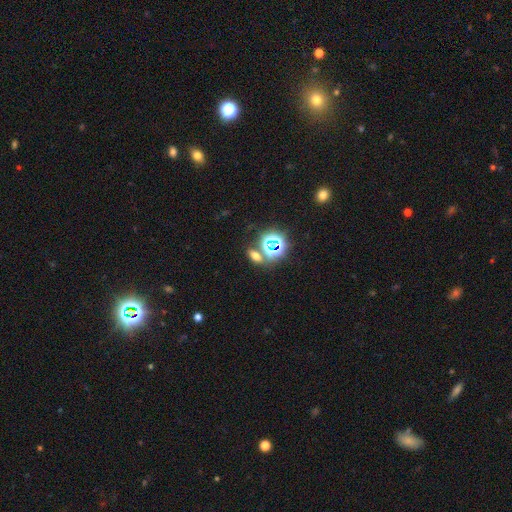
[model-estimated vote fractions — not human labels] The model was most divided on "smooth or featured": smooth: 46%, star or artifact: 42%, featured or disk: 12%. More confident: merging — none (72%).